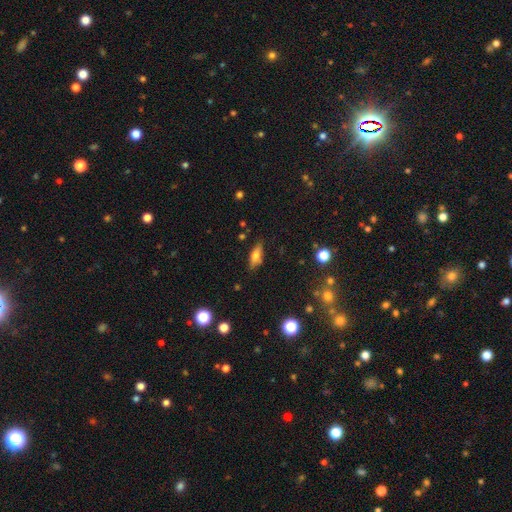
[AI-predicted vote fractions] A smooth galaxy with no disk features (63%) that is in between round and cigar-shaped (69%).

Vote fractions:
- Smooth or featured? smooth: 63% / featured or disk: 27% / star or artifact: 10%
- How rounded? in between: 69% / cigar-shaped: 27% / round: 4%
- Merging? none: 80% / minor disturbance: 15% / major disturbance: 3% / merger: 2%